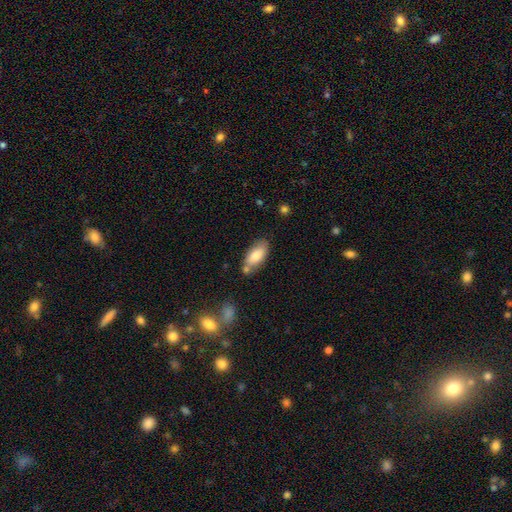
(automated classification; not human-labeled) This is likely a smooth galaxy (77%). How rounded: clearly in between (88%). Merging: likely none (66%).